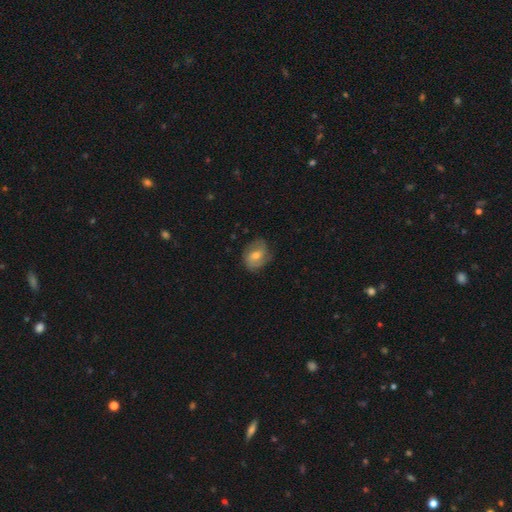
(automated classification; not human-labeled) Smooth or featured?
  - featured or disk: 51% *
  - smooth: 41%
  - star or artifact: 8%
Edge-on disk?
  - no: 96% *
  - yes: 4%
Merging?
  - none: 72% *
  - minor disturbance: 21%
  - major disturbance: 6%
  - merger: 1%